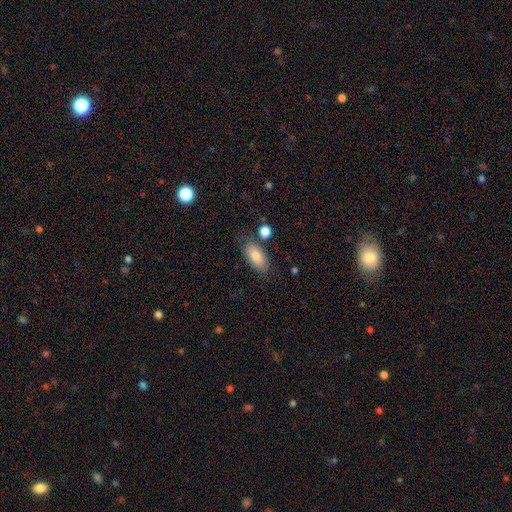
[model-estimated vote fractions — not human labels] A smooth galaxy with no disk features (82%) that is in between round and cigar-shaped (88%). Merging: none (73%).